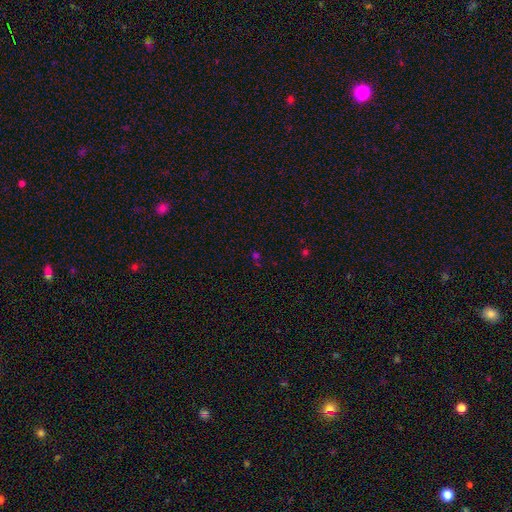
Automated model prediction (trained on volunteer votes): Smooth or featured? star or artifact (53%)